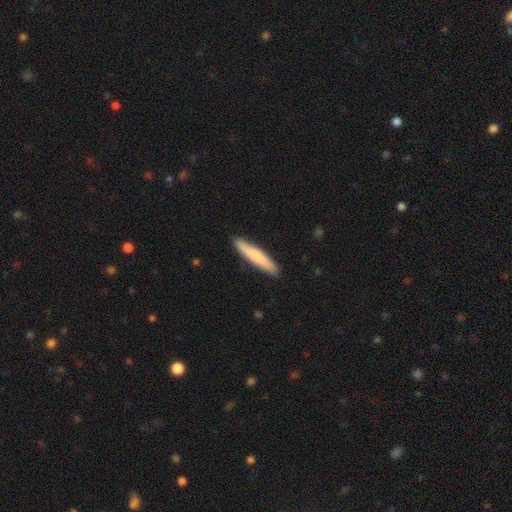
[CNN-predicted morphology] Smooth or featured? smooth (76%)
How rounded? cigar-shaped (92%)
Merging? none (90%)